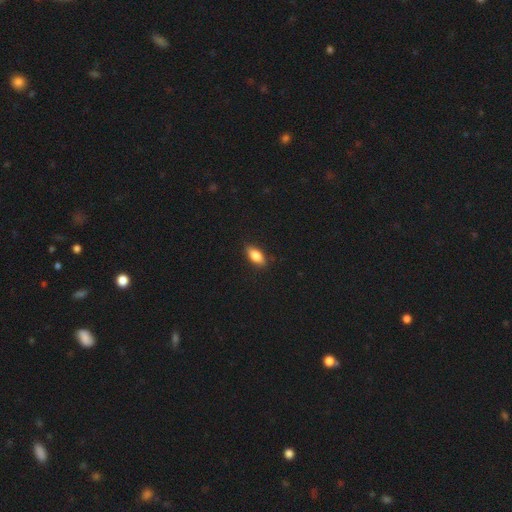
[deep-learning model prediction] A smooth galaxy with no disk features (81%) that is in between round and cigar-shaped (84%). Merging: none (86%).